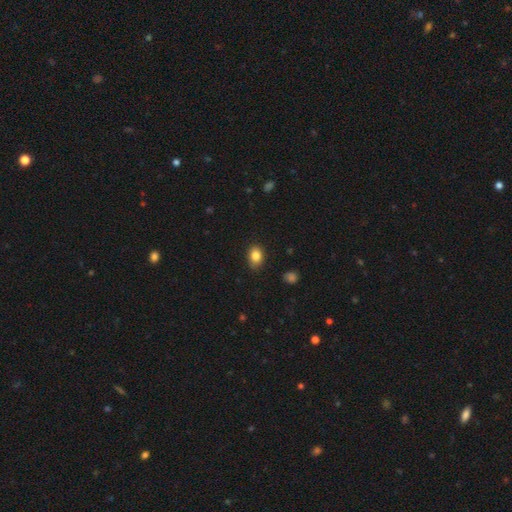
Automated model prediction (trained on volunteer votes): Q: Smooth or featured?
A: smooth (85%); runner-up: star or artifact (9%)
Q: How rounded?
A: in between (72%); runner-up: round (27%)
Q: Merging?
A: none (85%); runner-up: minor disturbance (12%)